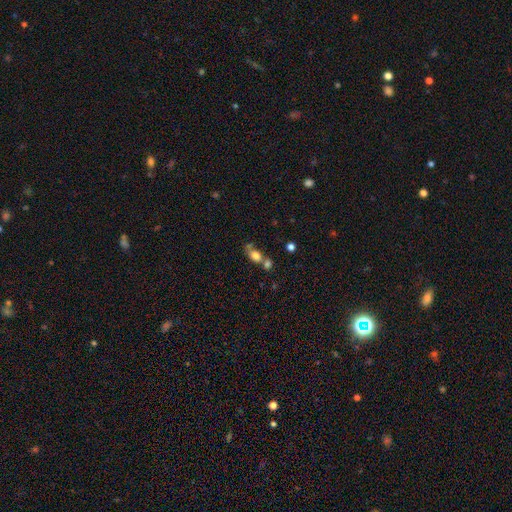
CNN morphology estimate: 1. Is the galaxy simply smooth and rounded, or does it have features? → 74% smooth, 16% featured or disk, 10% star or artifact.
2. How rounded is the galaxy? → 70% in between, 26% round, 4% cigar-shaped.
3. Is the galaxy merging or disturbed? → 48% merger, 30% none, 13% minor disturbance, 9% major disturbance.